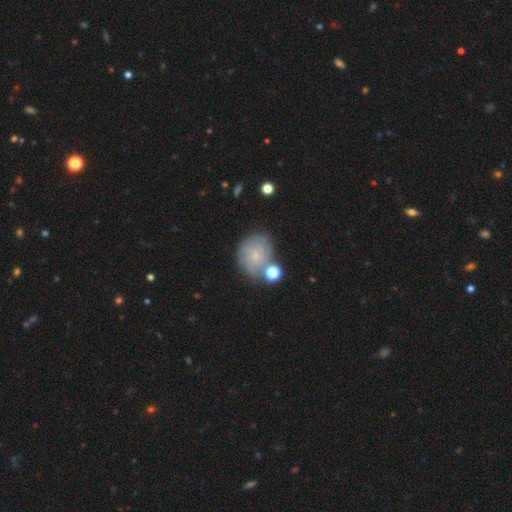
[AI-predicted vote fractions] Smooth or featured: featured or disk — 56% (smooth — 32%)
Edge-on disk: no — 98% (yes — 2%)
Bar: no — 81% (weak — 16%)
Spiral arms: yes — 83% (no — 17%)
Bulge size: small — 82% (moderate — 9%)
Merging: none — 62% (minor disturbance — 19%)